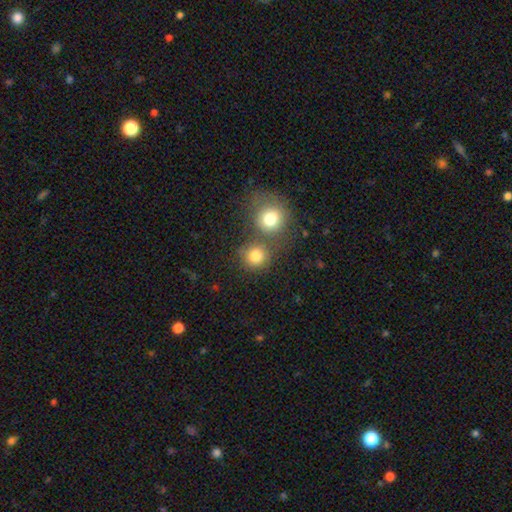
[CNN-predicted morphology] This appears to be a smooth galaxy with no disk features (80%) that is round (89%). Merging: none (57%).